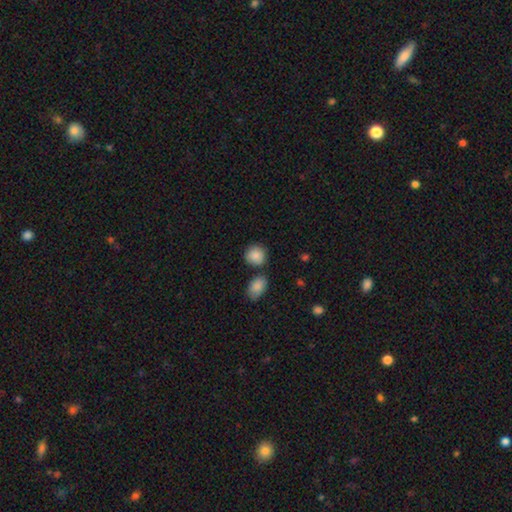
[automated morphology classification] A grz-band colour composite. It shows a smooth galaxy with no disk features (88%) that is round (82%). Merging: none (74%).